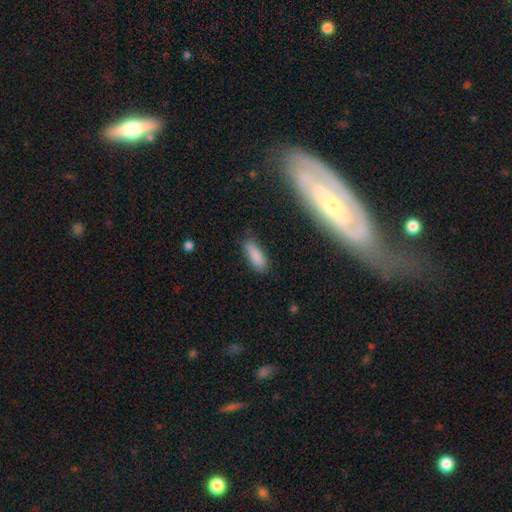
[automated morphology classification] This is clearly a smooth galaxy (85%). How rounded: likely in between (64%). Merging: likely none (78%).